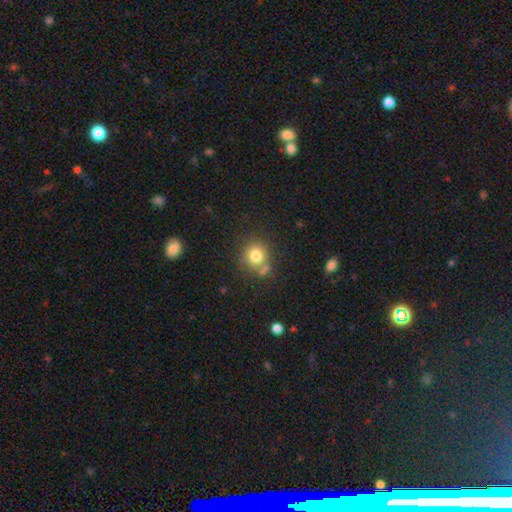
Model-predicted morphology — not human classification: The model was most divided on "merging": none: 70%, minor disturbance: 13%, merger: 12%, major disturbance: 4%. More confident: how rounded — round (87%); smooth or featured — smooth (79%).